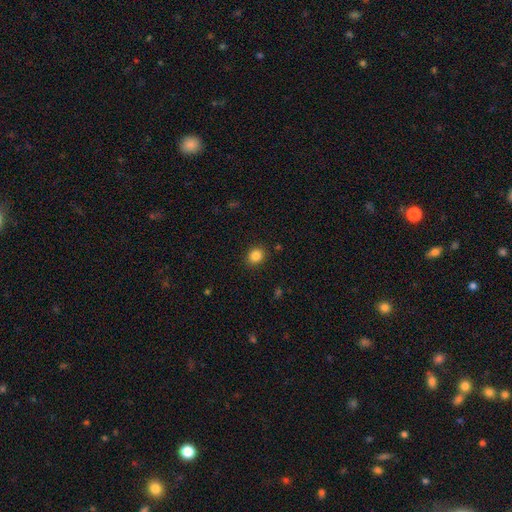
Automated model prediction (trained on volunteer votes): smooth-or-featured: smooth: 85% | star or artifact: 11% | featured or disk: 4%
  how-rounded: round: 68% | in between: 31% | cigar-shaped: 1%
  merging: none: 89% | minor disturbance: 8% | major disturbance: 2% | merger: 1%